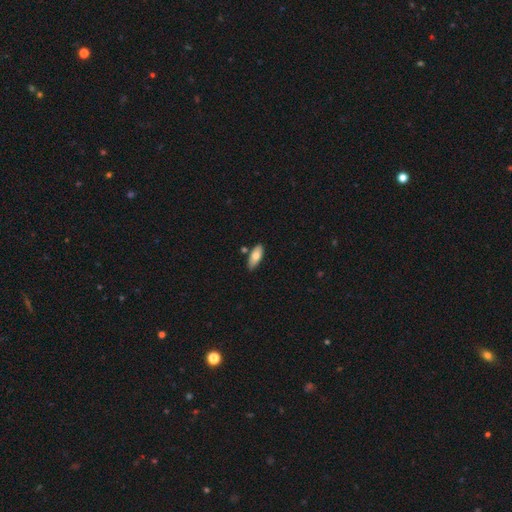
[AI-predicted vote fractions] A smooth galaxy with no disk features (72%) that is in between round and cigar-shaped (82%).

Vote fractions:
- Smooth or featured? smooth: 72% / featured or disk: 22% / star or artifact: 6%
- How rounded? in between: 82% / cigar-shaped: 16% / round: 2%
- Merging? none: 78% / minor disturbance: 14% / merger: 6% / major disturbance: 2%